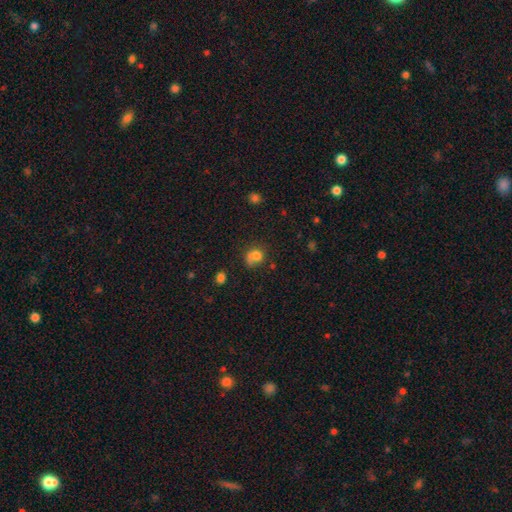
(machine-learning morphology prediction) Q: Smooth or featured?
A: smooth (71%); runner-up: featured or disk (15%)
Q: How rounded?
A: round (62%); runner-up: in between (37%)
Q: Merging?
A: none (38%); runner-up: merger (26%)